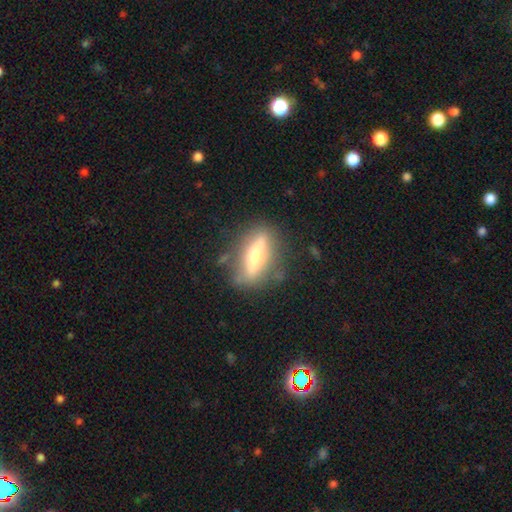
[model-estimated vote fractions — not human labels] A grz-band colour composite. It shows a featured or disk galaxy (59%) viewed edge-on (80%). Merging: none (81%).